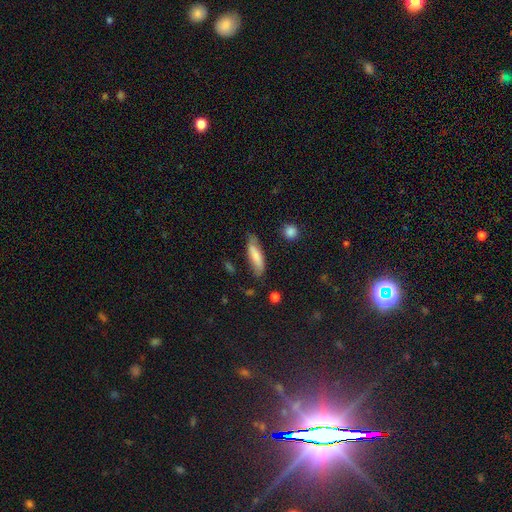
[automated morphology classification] Smooth or featured?
  - smooth: 77% *
  - featured or disk: 17%
  - star or artifact: 6%
How rounded?
  - cigar-shaped: 55% *
  - in between: 43%
  - round: 2%
Merging?
  - none: 72% *
  - minor disturbance: 21%
  - major disturbance: 5%
  - merger: 3%